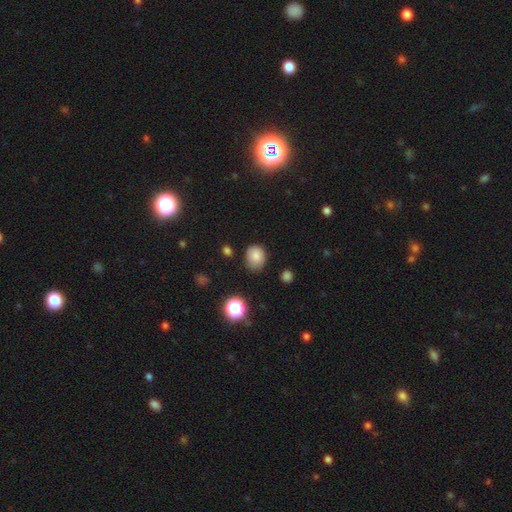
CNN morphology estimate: A smooth galaxy with no disk features (82%) that is round (54%).

Vote fractions:
- Smooth or featured? smooth: 82% / star or artifact: 11% / featured or disk: 6%
- How rounded? round: 54% / in between: 45% / cigar-shaped: 1%
- Merging? none: 72% / minor disturbance: 22% / major disturbance: 4% / merger: 2%